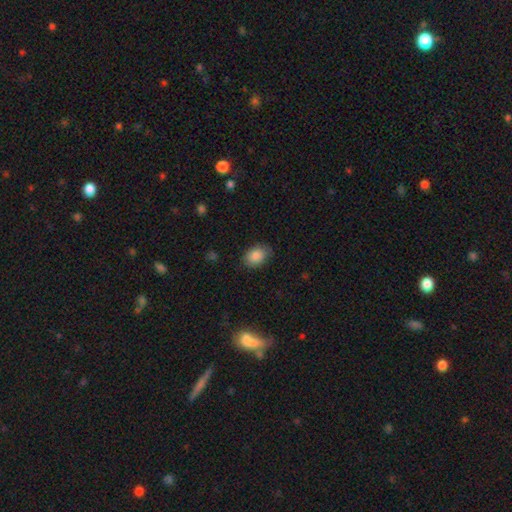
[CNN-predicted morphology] Smooth or featured: smooth — 87% (star or artifact — 8%)
How rounded: in between — 76% (round — 22%)
Merging: none — 81% (minor disturbance — 14%)